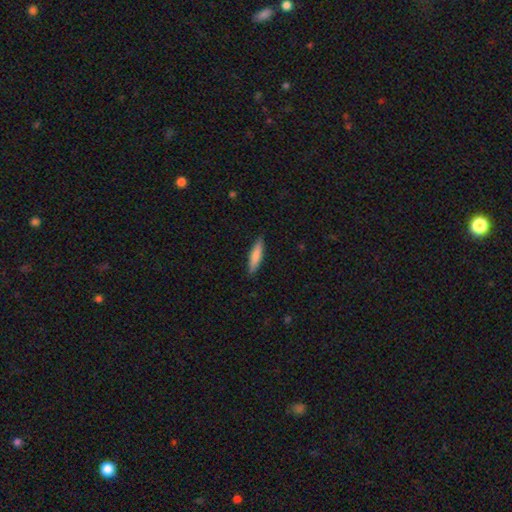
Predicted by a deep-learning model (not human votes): This is clearly a smooth galaxy (80%). How rounded: clearly cigar-shaped (81%). Merging: clearly none (89%).